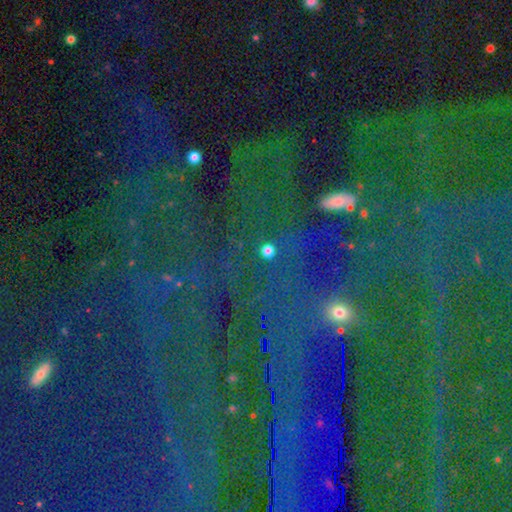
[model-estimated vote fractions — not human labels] Smooth or featured?
  - star or artifact: 80% *
  - smooth: 12%
  - featured or disk: 9%